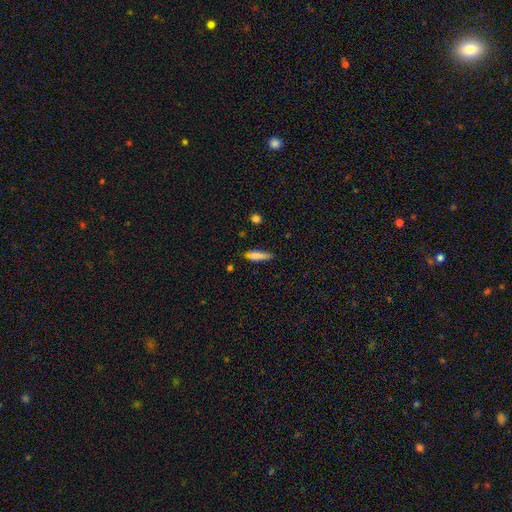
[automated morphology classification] smooth 81%, featured or disk 12%, star or artifact 7%. Down the decision tree: how rounded — cigar-shaped (75%); merging — none (68%).